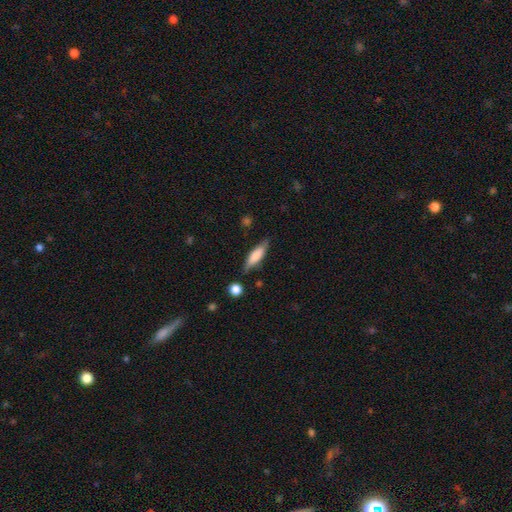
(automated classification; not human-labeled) Q: Smooth or featured?
A: smooth (71%); runner-up: featured or disk (23%)
Q: How rounded?
A: cigar-shaped (58%); runner-up: in between (40%)
Q: Merging?
A: none (78%); runner-up: minor disturbance (16%)